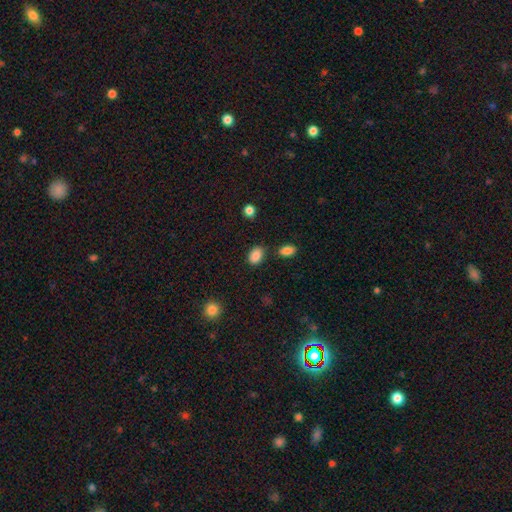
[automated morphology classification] A smooth galaxy with no disk features (86%) that is in between round and cigar-shaped (79%).

Vote fractions:
- Smooth or featured? smooth: 86% / star or artifact: 9% / featured or disk: 6%
- How rounded? in between: 79% / round: 20% / cigar-shaped: 1%
- Merging? none: 79% / minor disturbance: 13% / merger: 5% / major disturbance: 3%